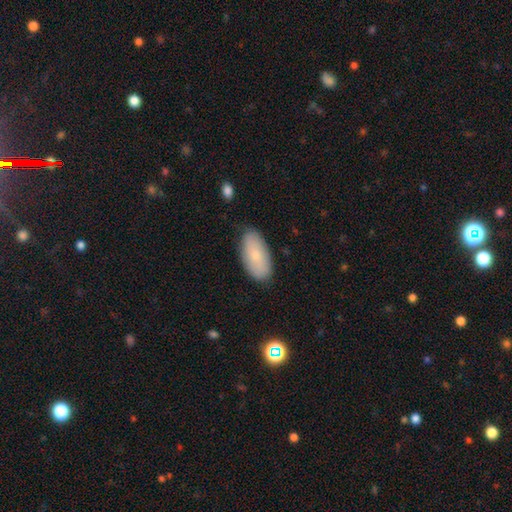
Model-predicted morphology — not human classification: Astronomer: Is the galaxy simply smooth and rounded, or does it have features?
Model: smooth — 74%.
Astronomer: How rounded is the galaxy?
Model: in between — 93%.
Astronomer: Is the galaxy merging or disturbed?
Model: none — 82%.